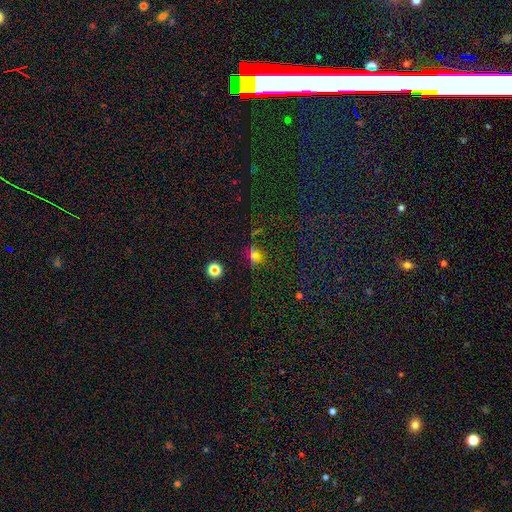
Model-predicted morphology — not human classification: Q: Smooth or featured?
A: smooth (64%); runner-up: star or artifact (27%)
Q: How rounded?
A: round (55%); runner-up: in between (42%)
Q: Merging?
A: none (77%); runner-up: minor disturbance (14%)